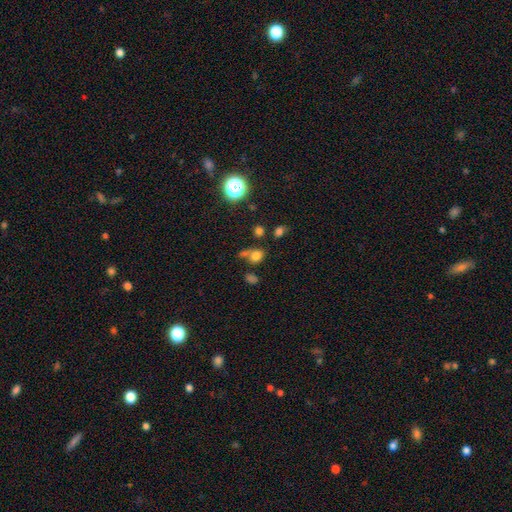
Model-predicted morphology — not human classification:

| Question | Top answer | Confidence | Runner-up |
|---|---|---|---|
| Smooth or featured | smooth | 73% | star or artifact (19%) |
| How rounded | round | 51% | in between (48%) |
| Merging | none | 53% | merger (24%) |